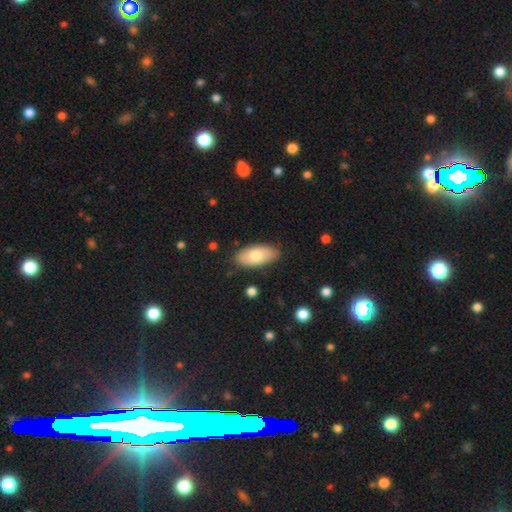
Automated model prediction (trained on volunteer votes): Smooth or featured? Predicted: smooth (p=0.71). How rounded? Predicted: in between (p=0.92). Merging? Predicted: none (p=0.84).